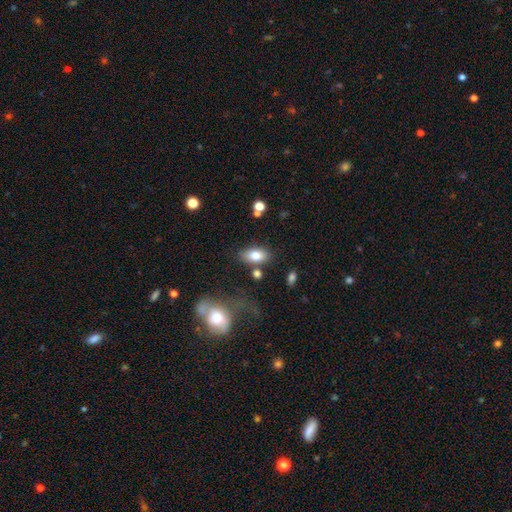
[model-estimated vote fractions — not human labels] Q: Smooth or featured?
A: smooth (78%); runner-up: featured or disk (14%)
Q: How rounded?
A: in between (91%); runner-up: round (6%)
Q: Merging?
A: none (76%); runner-up: minor disturbance (13%)